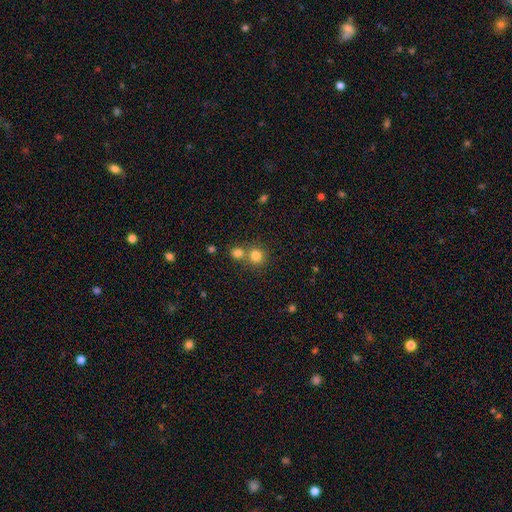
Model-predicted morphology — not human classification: A smooth galaxy with no disk features (80%) that is round (90%). Merging: none (55%).